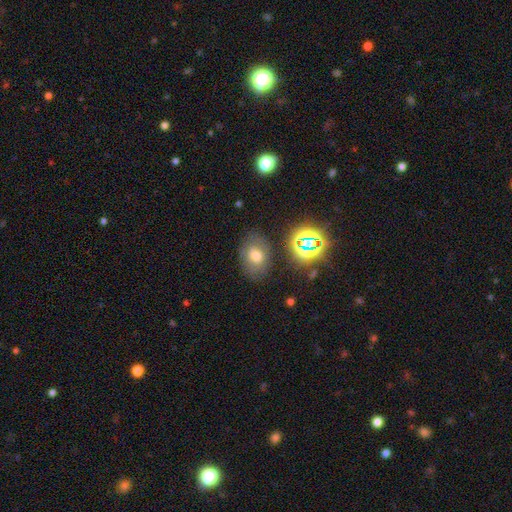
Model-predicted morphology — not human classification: smooth-or-featured: smooth: 65% | star or artifact: 18% | featured or disk: 17%
  how-rounded: in between: 72% | round: 27% | cigar-shaped: 1%
  merging: none: 74% | minor disturbance: 16% | major disturbance: 7% | merger: 3%